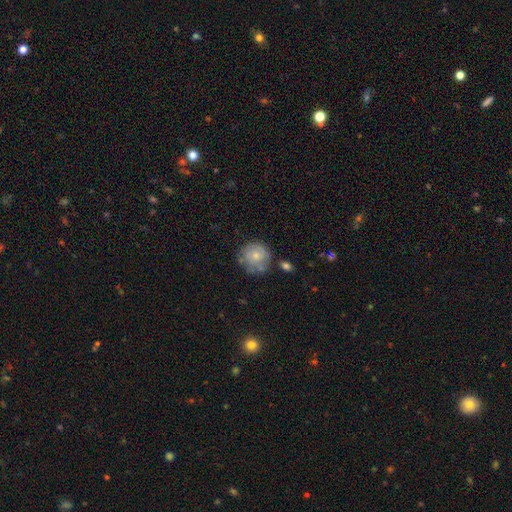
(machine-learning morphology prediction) Smooth or featured?
  - smooth: 69% *
  - featured or disk: 24%
  - star or artifact: 7%
How rounded?
  - round: 88% *
  - in between: 11%
  - cigar-shaped: 1%
Merging?
  - none: 61% *
  - minor disturbance: 23%
  - major disturbance: 8%
  - merger: 7%